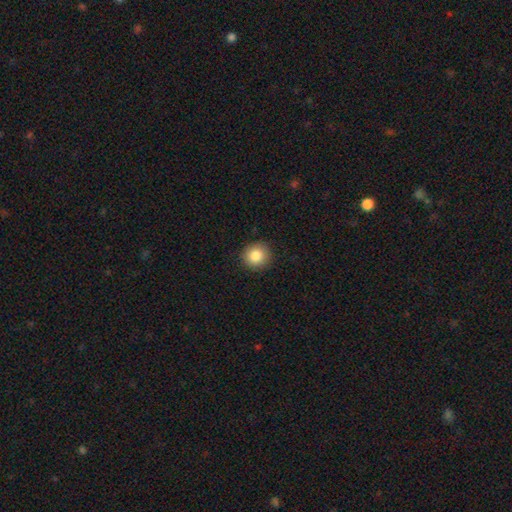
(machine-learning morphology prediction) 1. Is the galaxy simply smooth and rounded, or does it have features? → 85% smooth, 9% star or artifact, 6% featured or disk.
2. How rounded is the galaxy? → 89% round, 10% in between, 1% cigar-shaped.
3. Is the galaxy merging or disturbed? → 90% none, 7% minor disturbance, 2% major disturbance, 1% merger.